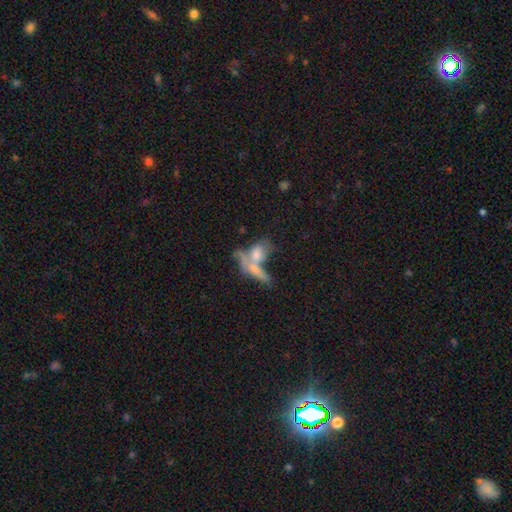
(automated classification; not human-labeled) smooth 51%, featured or disk 37%, star or artifact 12%. Down the decision tree: how rounded — in between (55%); merging — merger (54%).